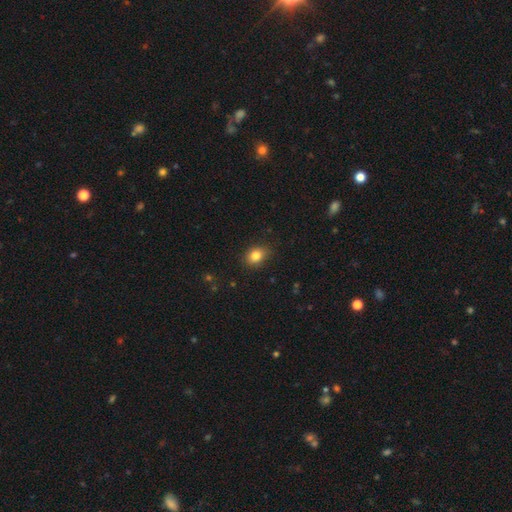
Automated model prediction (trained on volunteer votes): smooth_or_featured: smooth (p=0.83) [alt: star or artifact p=0.11]
how_rounded: in between (p=0.59) [alt: round p=0.40]
merging: none (p=0.85) [alt: minor disturbance p=0.11]